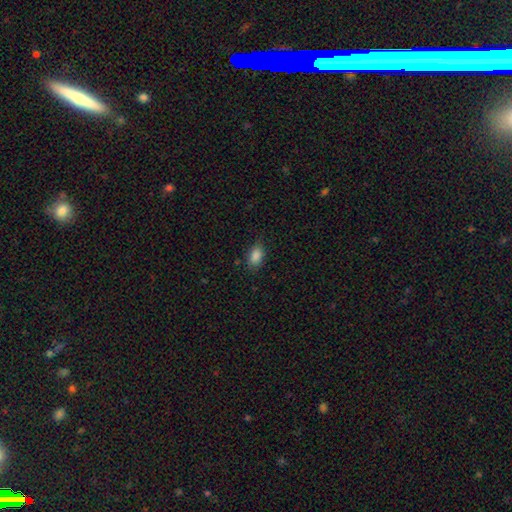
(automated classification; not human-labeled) Q: Smooth or featured?
A: smooth (88%); runner-up: star or artifact (8%)
Q: How rounded?
A: in between (89%); runner-up: round (8%)
Q: Merging?
A: none (80%); runner-up: minor disturbance (15%)